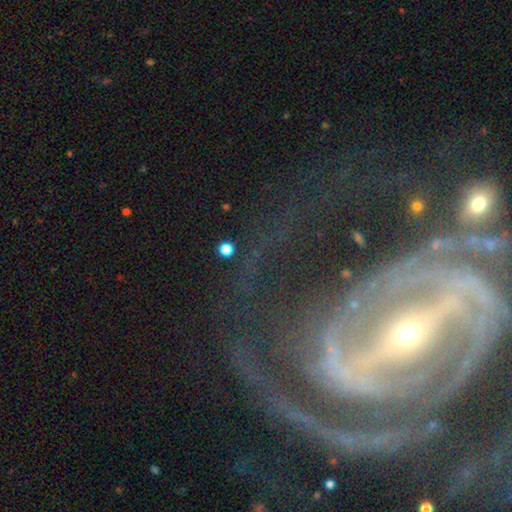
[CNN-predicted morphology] Smooth or featured? Predicted: featured or disk (p=0.89). Edge-on disk? Predicted: no (p=0.96). Bar? Predicted: strong (p=0.64). Spiral arms? Predicted: yes (p=0.95). Spiral winding? Predicted: tight (p=0.51). Spiral arm count? Predicted: 2 (p=0.46). Bulge size? Predicted: small (p=0.78). Merging? Predicted: none (p=0.54).